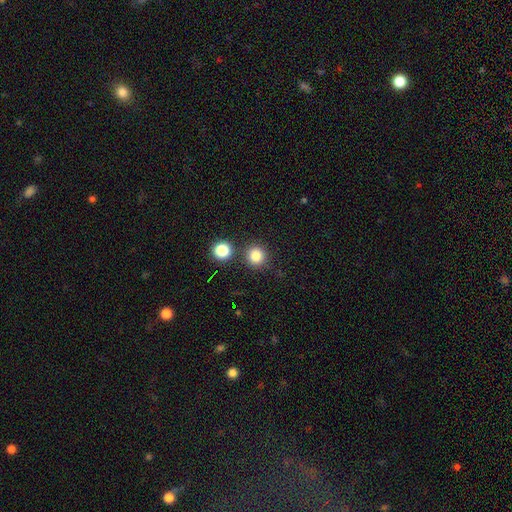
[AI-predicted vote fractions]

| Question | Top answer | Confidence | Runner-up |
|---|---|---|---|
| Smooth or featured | smooth | 82% | star or artifact (13%) |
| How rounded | round | 92% | in between (7%) |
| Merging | none | 82% | merger (9%) |